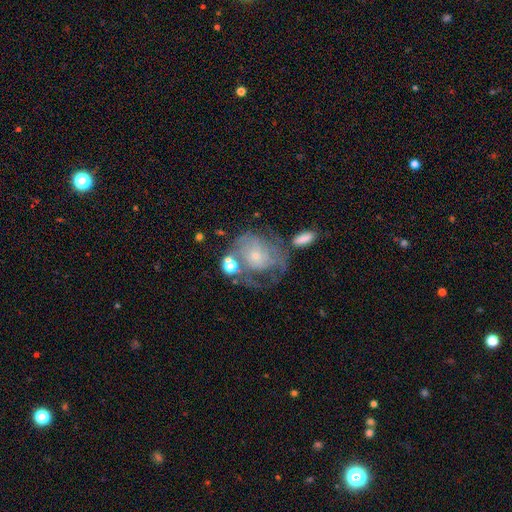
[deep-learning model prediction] featured or disk 67%, smooth 24%, star or artifact 9%. Down the decision tree: edge-on disk — no (97%); bar — no (77%); spiral arms — yes (75%); bulge size — small (72%); merging — none (38%).